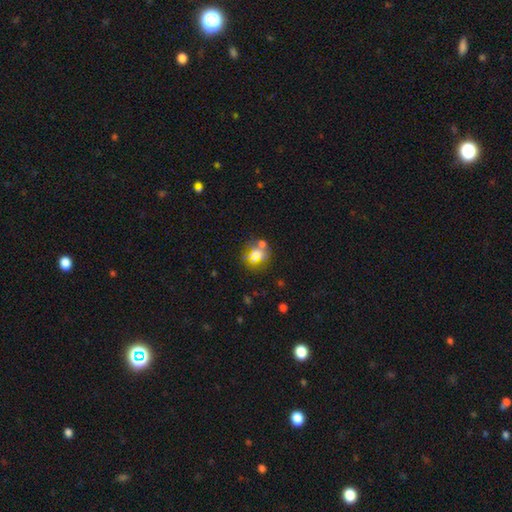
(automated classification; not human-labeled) smooth-or-featured: smooth: 49% | star or artifact: 33% | featured or disk: 19%
  merging: none: 67% | merger: 14% | minor disturbance: 12% | major disturbance: 7%